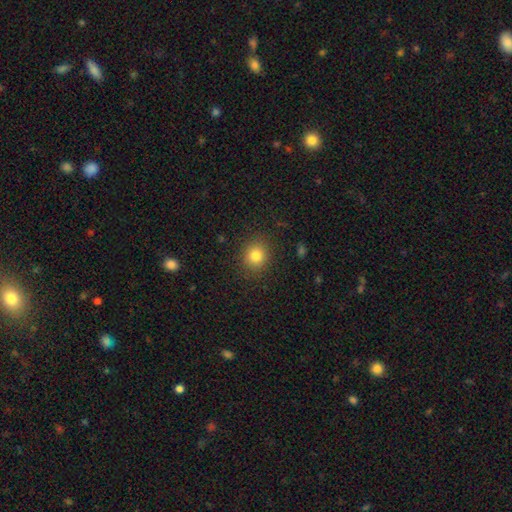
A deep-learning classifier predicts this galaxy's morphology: smooth_or_featured: smooth (p=0.82) [alt: star or artifact p=0.12]
how_rounded: round (p=0.79) [alt: in between p=0.20]
merging: none (p=0.88) [alt: minor disturbance p=0.08]